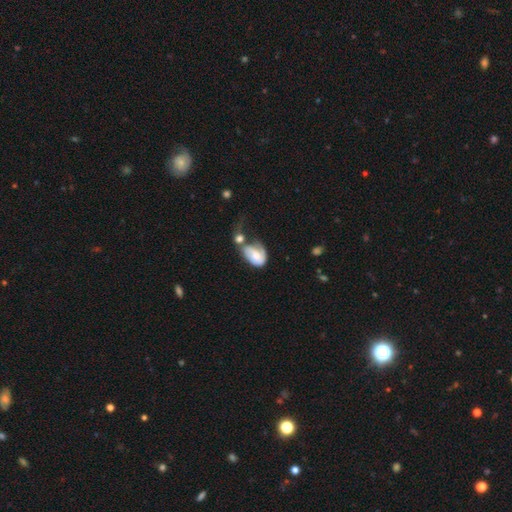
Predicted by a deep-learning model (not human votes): smooth-or-featured: smooth: 48% | featured or disk: 45% | star or artifact: 7%
  merging: merger: 38% | major disturbance: 29% | minor disturbance: 17% | none: 16%